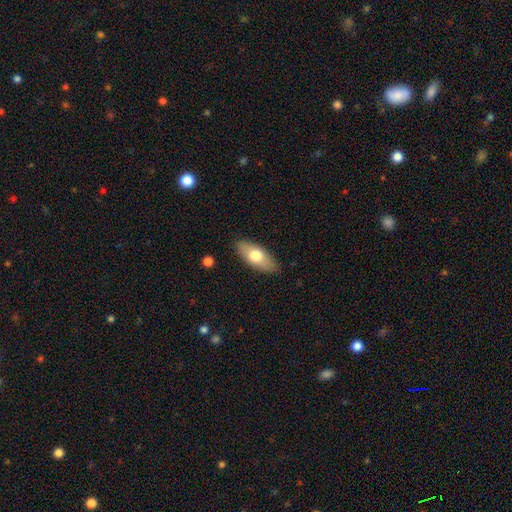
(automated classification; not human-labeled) Smooth or featured: smooth — 69% (featured or disk — 25%)
How rounded: in between — 84% (cigar-shaped — 12%)
Merging: none — 86% (minor disturbance — 10%)